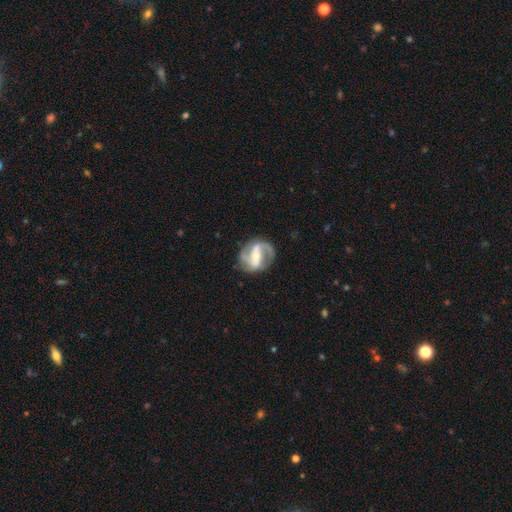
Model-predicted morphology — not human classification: A featured or disk galaxy (87%) with a strong bar (41%), 2 (76%) medium (50%) spiral arms (95%) and a moderate central bulge (50%).

Vote fractions:
- Smooth or featured? featured or disk: 87% / smooth: 8% / star or artifact: 5%
- Edge-on disk? no: 98% / yes: 2%
- Bar? strong: 41% / weak: 40% / no: 19%
- Spiral arms? yes: 95% / no: 5%
- Spiral winding? medium: 50% / loose: 30% / tight: 20%
- Spiral arm count? 2: 76% / 3: 10% / can't tell: 6% / 1: 4% / 4: 2% / more than 4: 2%
- Bulge size? moderate: 50% / small: 44% / large: 3% / none: 2% / dominant: 1%
- Merging? none: 74% / minor disturbance: 16% / major disturbance: 9% / merger: 2%